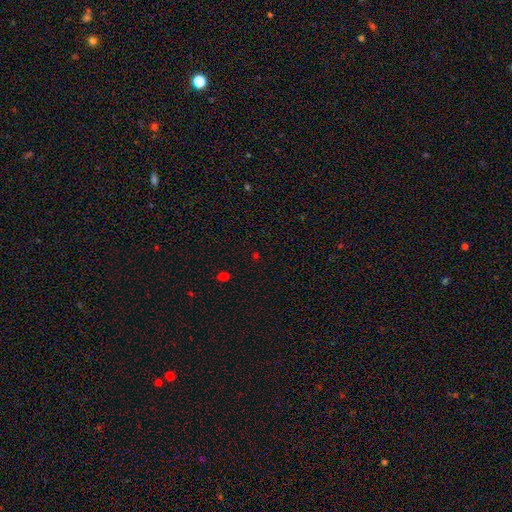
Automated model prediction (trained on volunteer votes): This is possibly a star or artifact rather than a galaxy (50%).